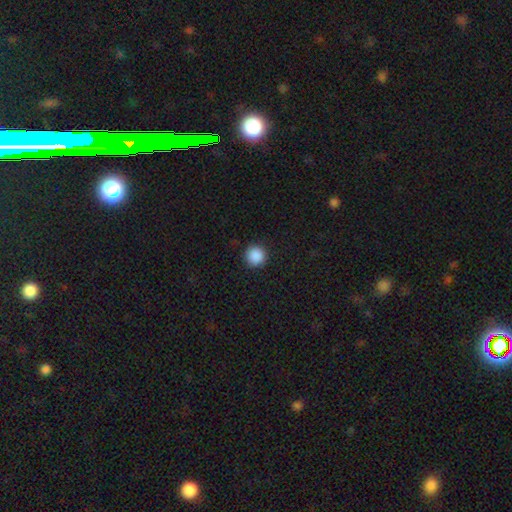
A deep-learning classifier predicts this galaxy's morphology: Smooth or featured? Predicted: smooth (p=0.89). How rounded? Predicted: round (p=0.96). Merging? Predicted: none (p=0.92).